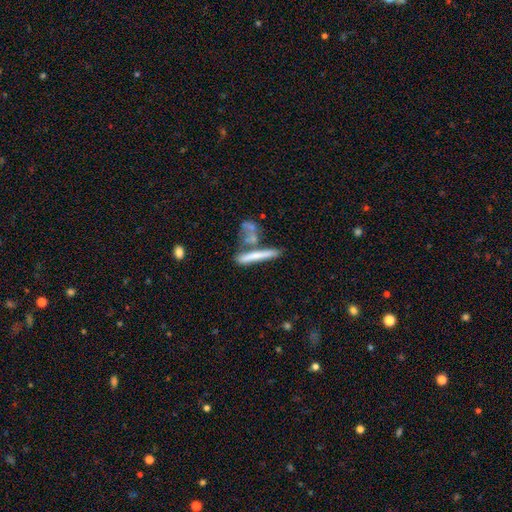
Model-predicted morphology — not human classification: A smooth galaxy with no disk features (60%) that is cigar-shaped (90%). Merging: none (49%).